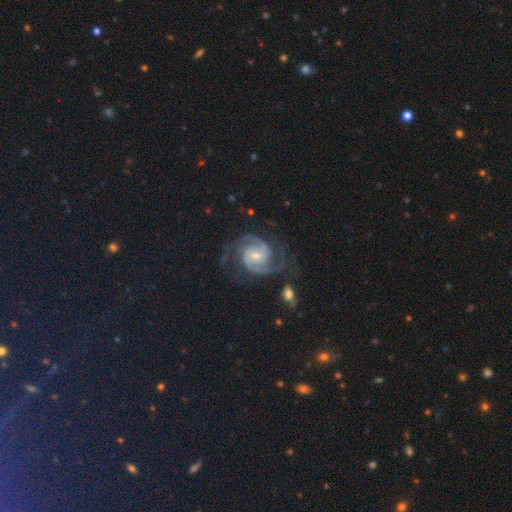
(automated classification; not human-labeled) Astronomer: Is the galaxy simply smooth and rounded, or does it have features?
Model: featured or disk — 93%.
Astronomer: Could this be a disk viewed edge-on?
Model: no — 98%.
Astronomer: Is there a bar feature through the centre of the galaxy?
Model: weak — 55% (runner-up: no, 30%).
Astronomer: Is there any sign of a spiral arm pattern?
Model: yes — 99%.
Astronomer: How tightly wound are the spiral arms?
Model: medium — 54% (runner-up: tight, 37%).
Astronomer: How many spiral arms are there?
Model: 2 — 73%.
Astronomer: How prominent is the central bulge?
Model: small — 46%, tied with moderate at 46%.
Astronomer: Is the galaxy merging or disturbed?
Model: none — 72%.